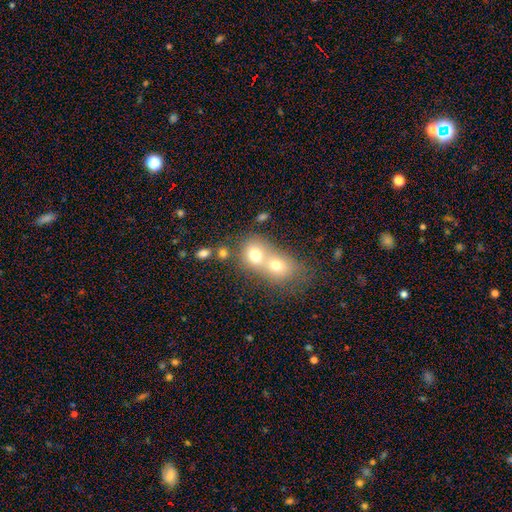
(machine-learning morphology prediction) smooth_or_featured: smooth (p=0.69) [alt: featured or disk p=0.19]
how_rounded: round (p=0.63) [alt: in between p=0.36]
merging: merger (p=0.67) [alt: none p=0.24]